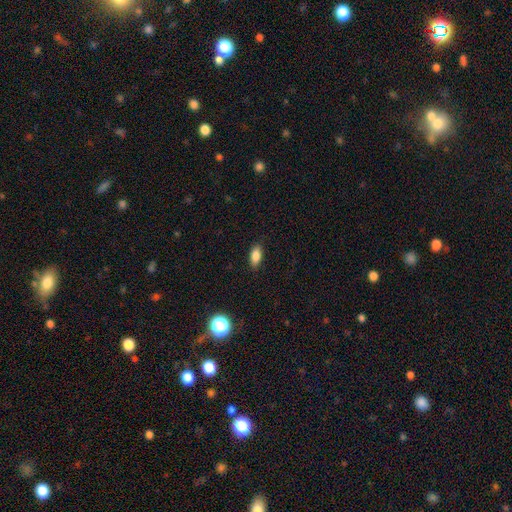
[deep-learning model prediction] Smooth or featured? smooth (84%)
How rounded? in between (86%)
Merging? none (86%)